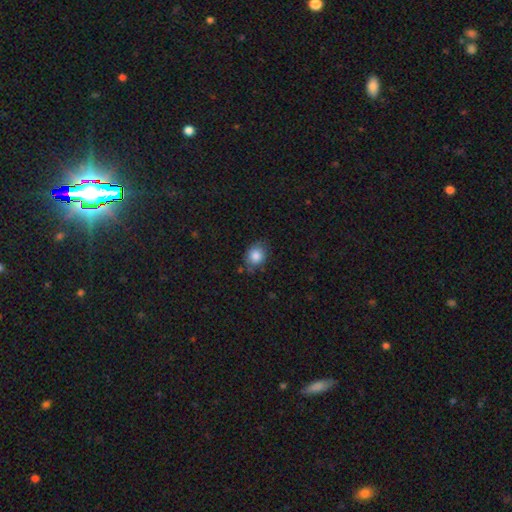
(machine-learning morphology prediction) The model was most divided on "how rounded": in between: 50%, round: 49%, cigar-shaped: 1%. More confident: smooth or featured — smooth (84%); merging — none (71%).